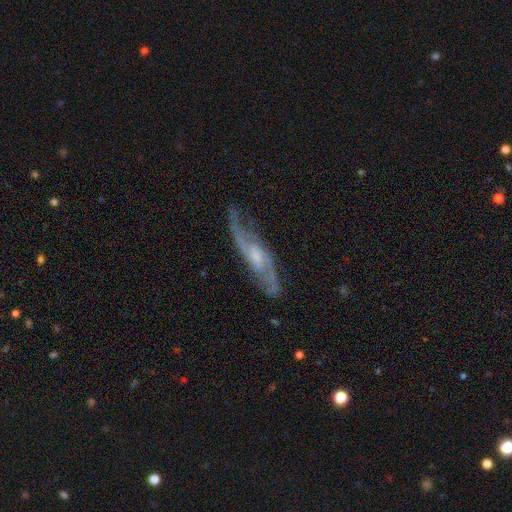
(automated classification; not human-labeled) A featured or disk galaxy (85%) with a weak bar (45%), 2 (77%) medium (49%) spiral arms (96%) and a small central bulge (51%).

Vote fractions:
- Smooth or featured? featured or disk: 85% / smooth: 10% / star or artifact: 5%
- Edge-on disk? no: 80% / yes: 20%
- Bar? weak: 45% / no: 44% / strong: 11%
- Spiral arms? yes: 96% / no: 4%
- Spiral winding? medium: 49% / loose: 30% / tight: 22%
- Spiral arm count? 2: 77% / can't tell: 11% / 3: 6% / 1: 2% / 4: 2% / more than 4: 2%
- Bulge size? small: 51% / moderate: 33% / none: 11% / large: 3% / dominant: 1%
- Merging? none: 70% / minor disturbance: 20% / major disturbance: 9% / merger: 2%